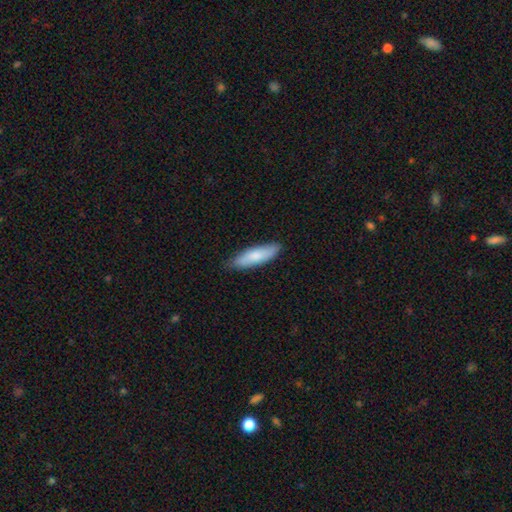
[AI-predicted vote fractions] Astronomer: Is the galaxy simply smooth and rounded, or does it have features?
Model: smooth — 80%.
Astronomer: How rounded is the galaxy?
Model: cigar-shaped — 59% (runner-up: in between, 39%).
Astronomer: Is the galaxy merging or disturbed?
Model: none — 84%.